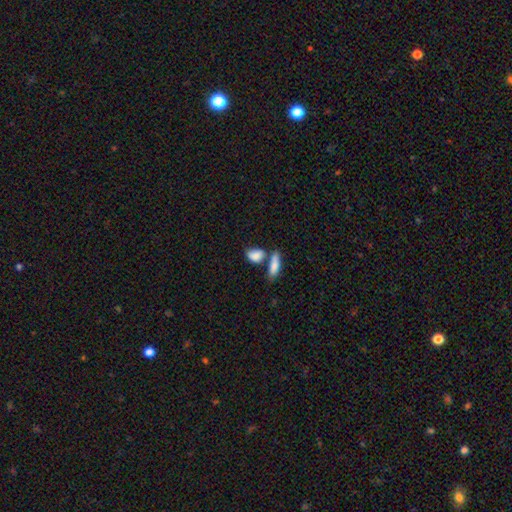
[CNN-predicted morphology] smooth-or-featured: smooth: 82% | featured or disk: 11% | star or artifact: 7%
  how-rounded: in between: 81% | round: 11% | cigar-shaped: 8%
  merging: merger: 43% | none: 37% | minor disturbance: 14% | major disturbance: 6%